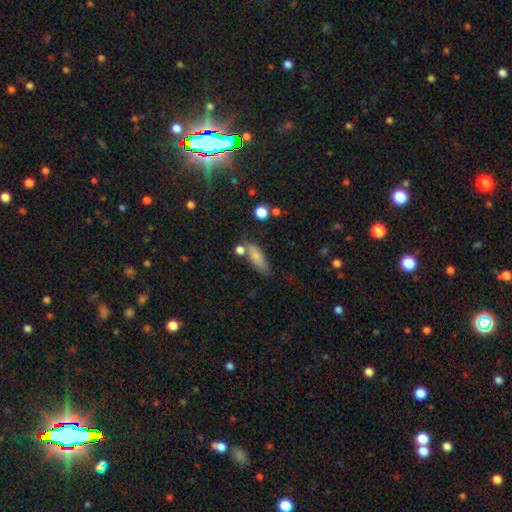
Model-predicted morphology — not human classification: smooth_or_featured: smooth (p=0.79) [alt: featured or disk p=0.13]
how_rounded: in between (p=0.65) [alt: cigar-shaped p=0.31]
merging: none (p=0.60) [alt: minor disturbance p=0.19]